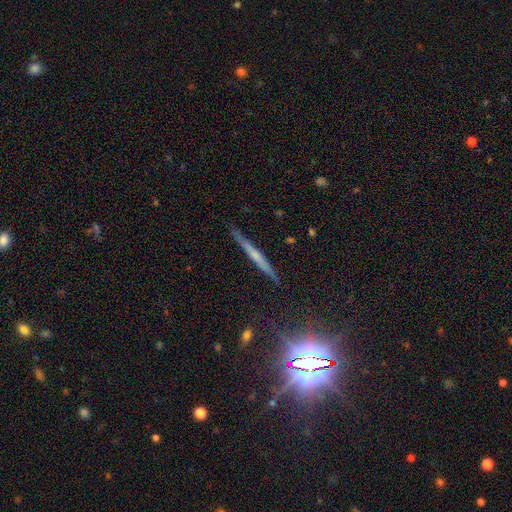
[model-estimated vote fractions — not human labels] smooth_or_featured: featured or disk (p=0.53) [alt: smooth p=0.35]
disk_edge_on: yes (p=0.96) [alt: no p=0.04]
edge_on_bulge: none (p=0.60) [alt: rounded p=0.30]
merging: none (p=0.87) [alt: minor disturbance p=0.10]